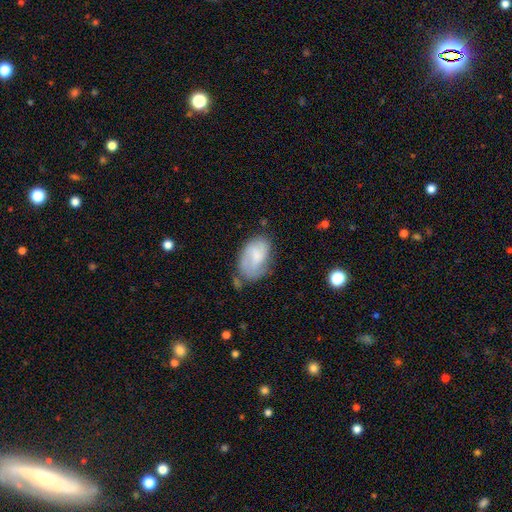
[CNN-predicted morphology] smooth_or_featured: smooth (p=0.54) [alt: featured or disk p=0.39]
how_rounded: in between (p=0.90) [alt: round p=0.08]
merging: none (p=0.51) [alt: minor disturbance p=0.31]